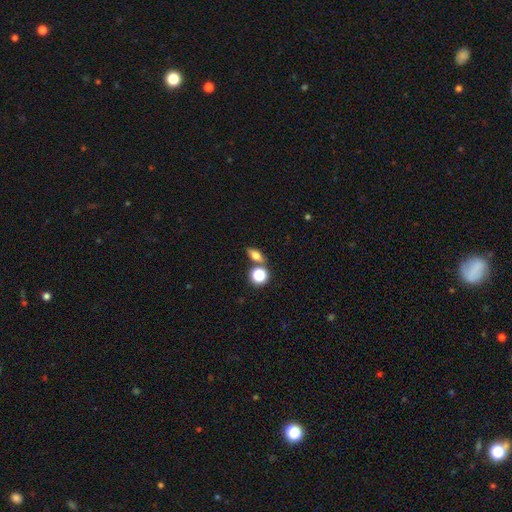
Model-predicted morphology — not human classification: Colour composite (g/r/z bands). It shows a smooth galaxy with no disk features (67%) that is in between round and cigar-shaped (63%). Merging: none (69%).